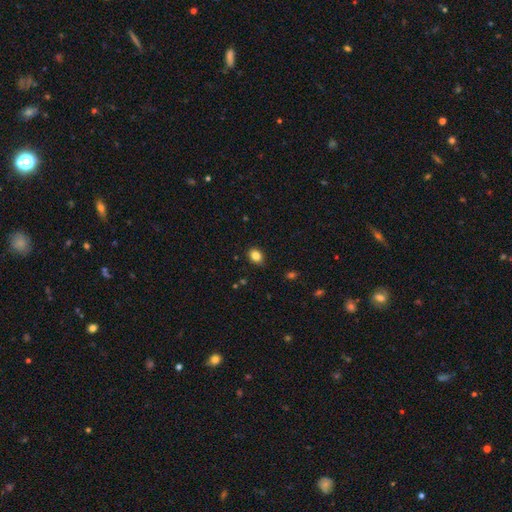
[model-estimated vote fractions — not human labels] Smooth or featured? smooth (84%)
How rounded? in between (60%)
Merging? none (85%)